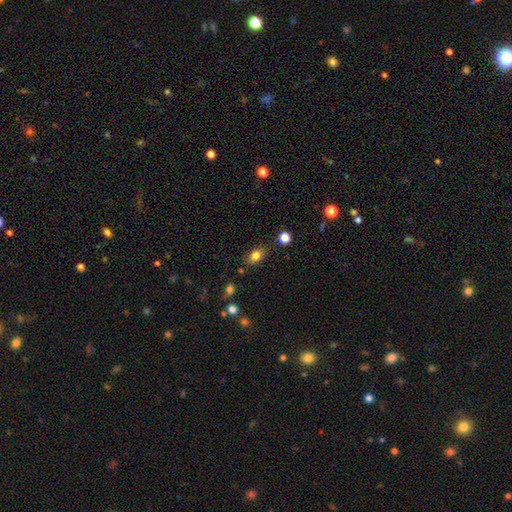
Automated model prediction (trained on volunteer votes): Smooth or featured?
  - smooth: 82% *
  - star or artifact: 10%
  - featured or disk: 7%
How rounded?
  - in between: 76% *
  - round: 23%
  - cigar-shaped: 2%
Merging?
  - none: 81% *
  - minor disturbance: 13%
  - major disturbance: 3%
  - merger: 3%